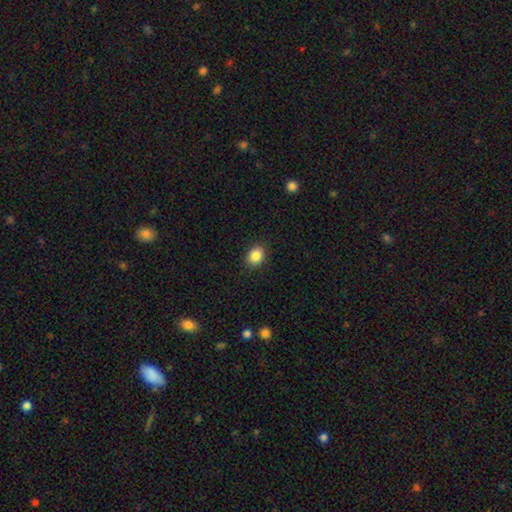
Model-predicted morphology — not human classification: This is clearly a smooth galaxy (87%). How rounded: possibly round (50%). Merging: clearly none (89%).